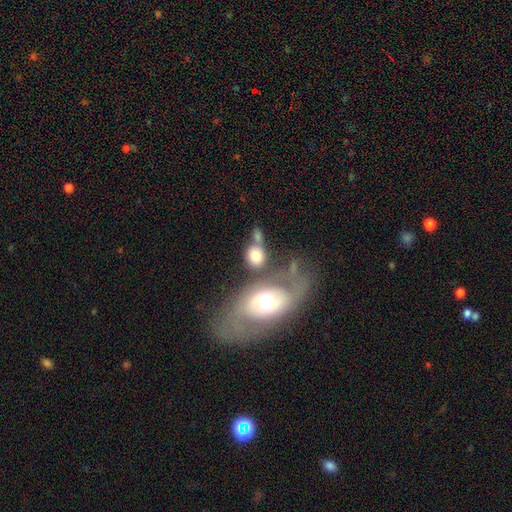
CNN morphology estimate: This appears to be a smooth galaxy with no disk features (70%) that is round (50%). Merging: none (44%).